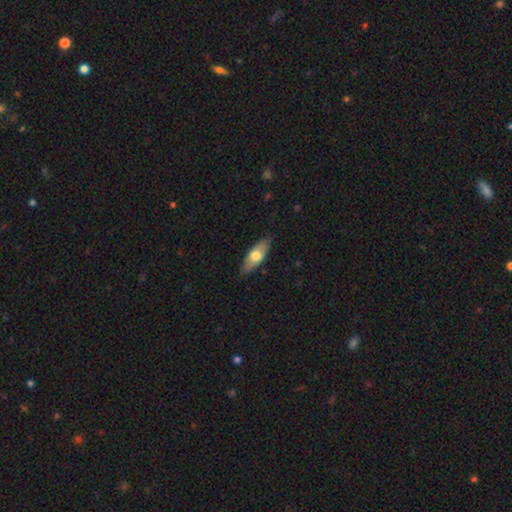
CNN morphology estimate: Smooth or featured? smooth (60%)
How rounded? in between (70%)
Merging? none (83%)